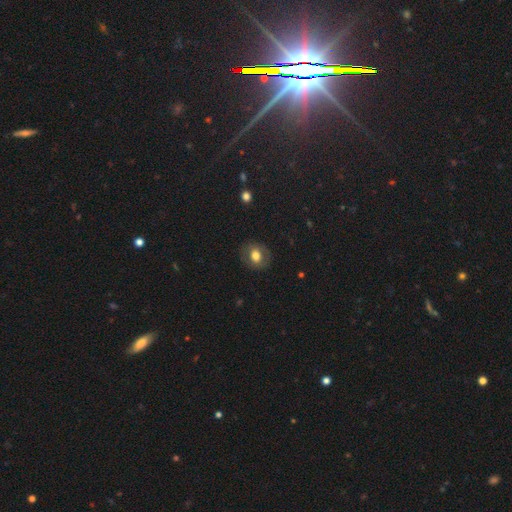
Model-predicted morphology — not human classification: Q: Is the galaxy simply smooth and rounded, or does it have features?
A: smooth — 68%.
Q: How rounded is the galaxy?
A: round — 58%.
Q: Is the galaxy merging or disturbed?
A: none — 84%.